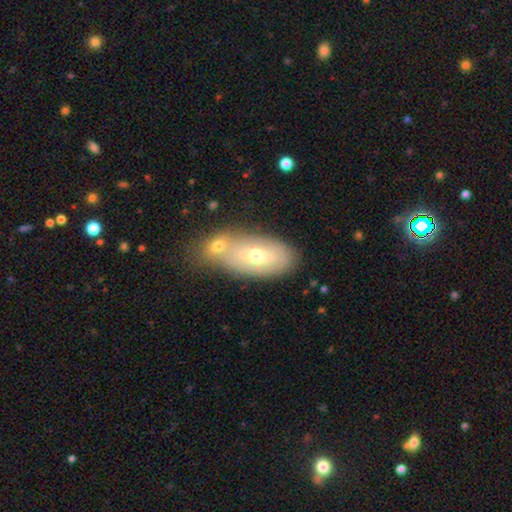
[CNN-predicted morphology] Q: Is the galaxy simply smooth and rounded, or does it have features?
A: smooth — 49%.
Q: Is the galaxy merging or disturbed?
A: none — 43%.